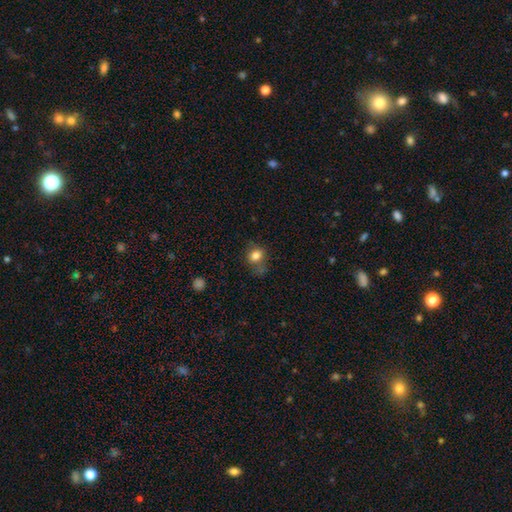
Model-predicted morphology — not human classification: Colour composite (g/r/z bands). It shows a smooth galaxy with no disk features (80%) that is round (55%). Merging: none (55%).